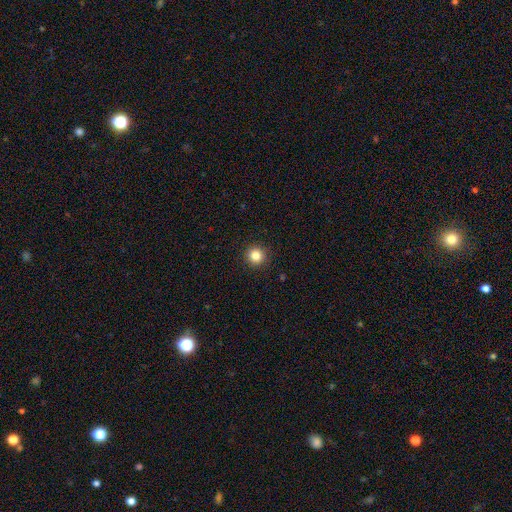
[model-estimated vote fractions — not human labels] Morphology: type=smooth (84%); roundness=round (95%); merging=none (93%).